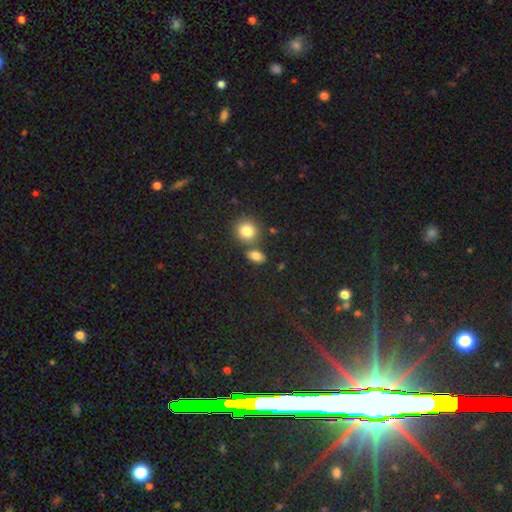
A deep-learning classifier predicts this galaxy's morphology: Smooth or featured?
  - smooth: 81% *
  - star or artifact: 11%
  - featured or disk: 8%
How rounded?
  - in between: 73% *
  - round: 24%
  - cigar-shaped: 3%
Merging?
  - none: 66% *
  - merger: 20%
  - minor disturbance: 10%
  - major disturbance: 3%